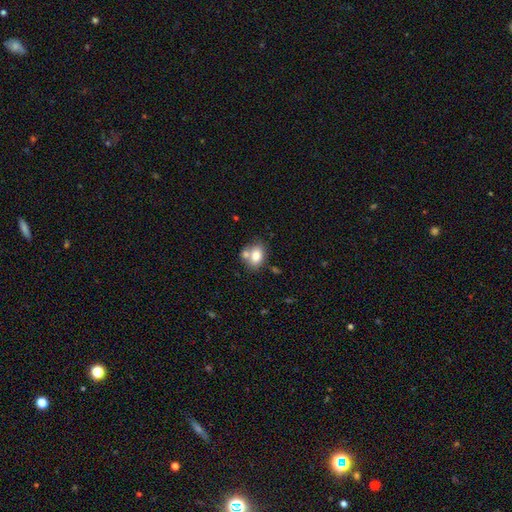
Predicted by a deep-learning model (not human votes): smooth-or-featured: smooth: 79% | featured or disk: 12% | star or artifact: 9%
  how-rounded: in between: 77% | round: 22% | cigar-shaped: 1%
  merging: none: 48% | merger: 33% | minor disturbance: 14% | major disturbance: 5%